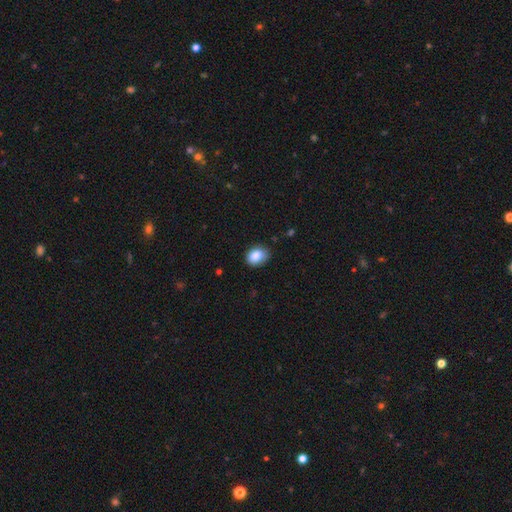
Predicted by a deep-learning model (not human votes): This appears to be a smooth galaxy with no disk features (86%) that is in between round and cigar-shaped (67%). Merging: none (77%).